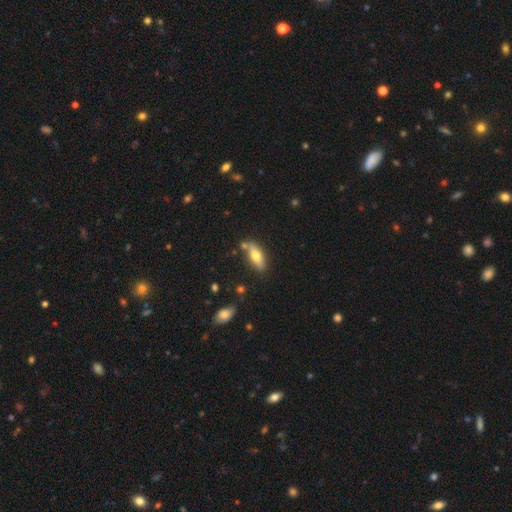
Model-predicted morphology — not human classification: type=smooth (63%); roundness=in between (67%); merging=none (71%).